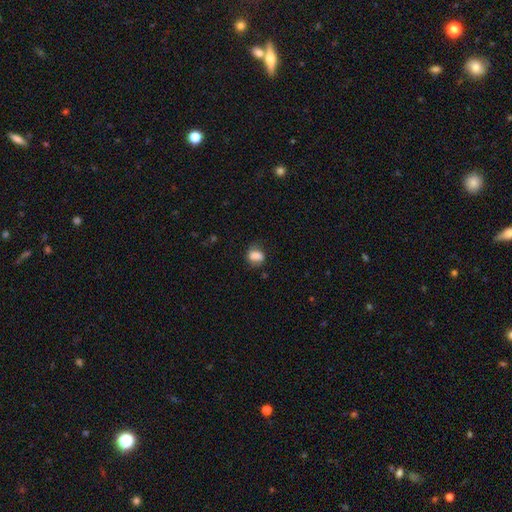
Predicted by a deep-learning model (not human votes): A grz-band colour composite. It shows a smooth galaxy with no disk features (76%) that is in between round and cigar-shaped (62%). Merging: none (62%).